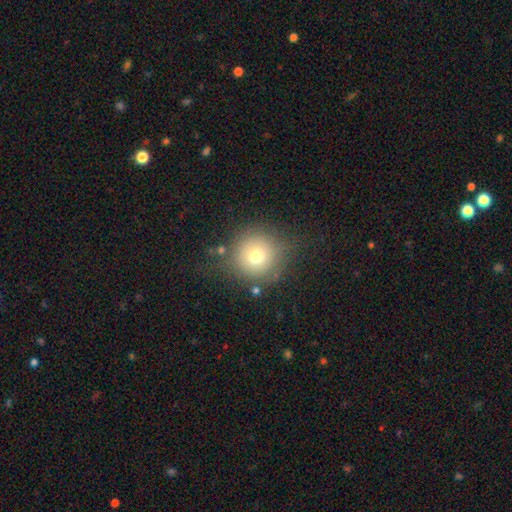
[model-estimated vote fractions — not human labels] Smooth or featured? Predicted: smooth (p=0.71). How rounded? Predicted: round (p=0.93). Merging? Predicted: none (p=0.74).